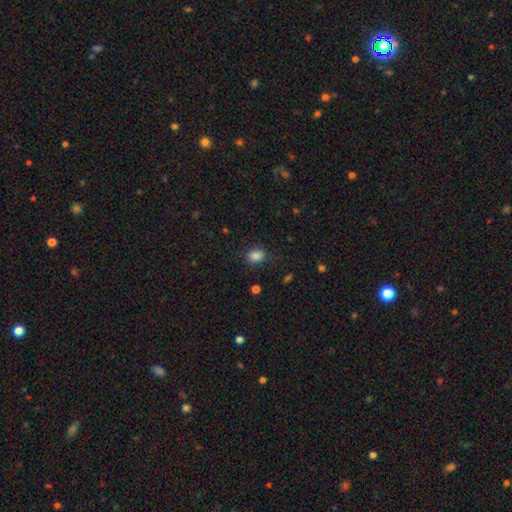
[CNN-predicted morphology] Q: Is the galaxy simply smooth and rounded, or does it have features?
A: smooth — 85%.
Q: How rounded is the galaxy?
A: in between — 65%.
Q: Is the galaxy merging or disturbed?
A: none — 80%.